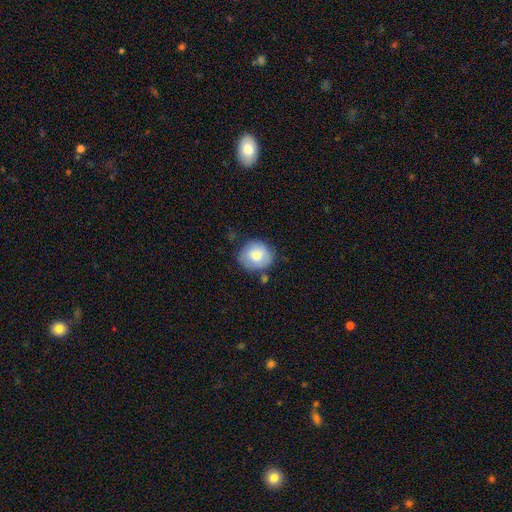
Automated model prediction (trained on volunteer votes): Smooth or featured? Predicted: smooth (p=0.79). How rounded? Predicted: round (p=0.76). Merging? Predicted: none (p=0.68).